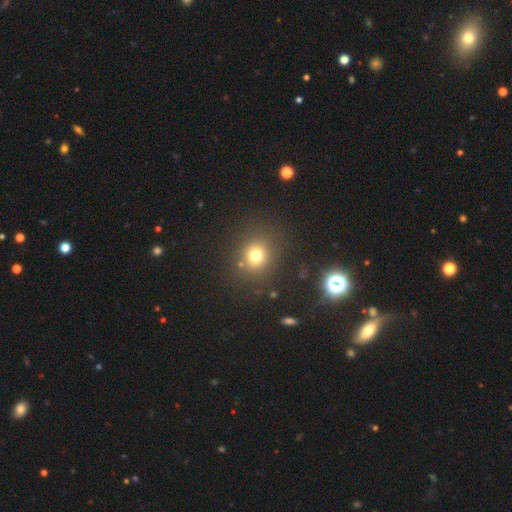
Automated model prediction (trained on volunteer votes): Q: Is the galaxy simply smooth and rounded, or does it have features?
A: smooth — 74%.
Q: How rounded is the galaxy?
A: round — 81%.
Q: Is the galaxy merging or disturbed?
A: none — 82%.